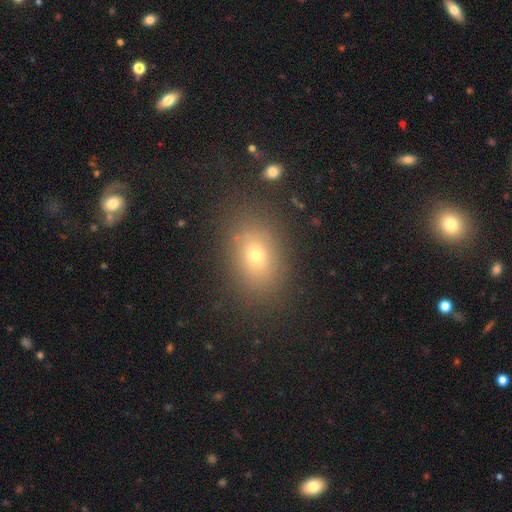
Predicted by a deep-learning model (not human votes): This is likely a smooth galaxy (68%). How rounded: likely in between (75%). Merging: clearly none (83%).